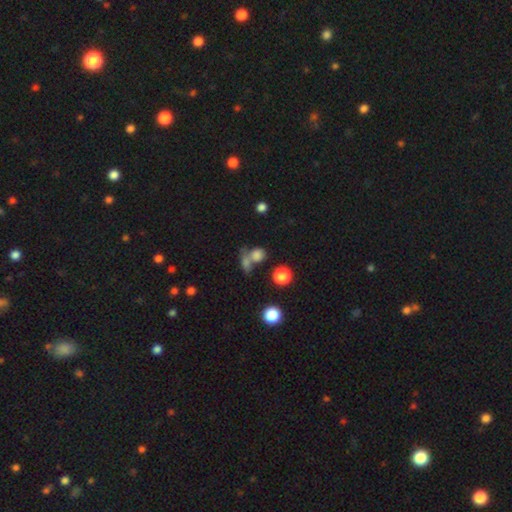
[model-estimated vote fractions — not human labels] Smooth or featured?
  - smooth: 74% *
  - star or artifact: 16%
  - featured or disk: 10%
How rounded?
  - round: 72% *
  - in between: 24%
  - cigar-shaped: 3%
Merging?
  - merger: 42% * (tied)
  - none: 42% * (tied)
  - minor disturbance: 9%
  - major disturbance: 7%